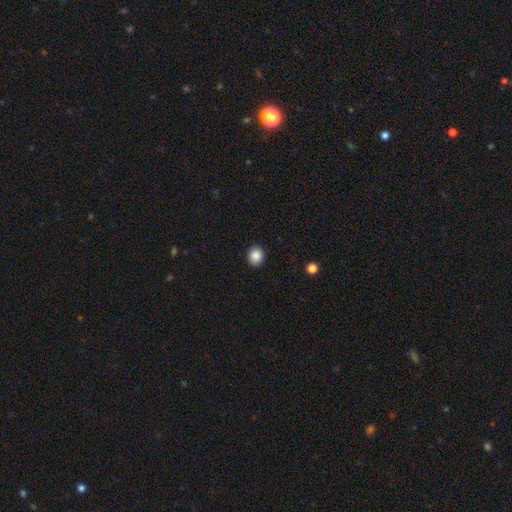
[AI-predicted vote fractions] smooth-or-featured: smooth: 87% | star or artifact: 9% | featured or disk: 4%
  how-rounded: round: 71% | in between: 28% | cigar-shaped: 1%
  merging: none: 91% | minor disturbance: 6% | major disturbance: 2% | merger: 1%